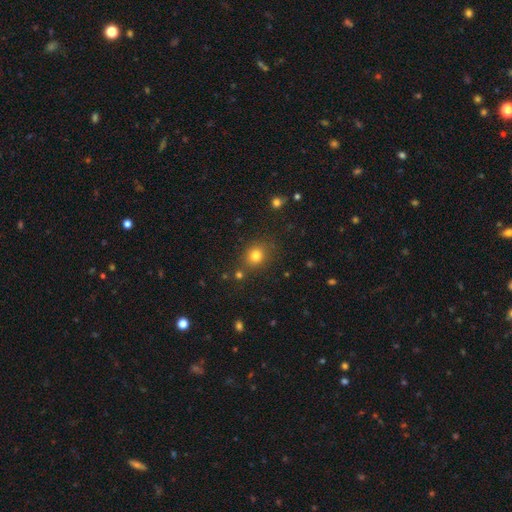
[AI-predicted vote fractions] Morphology: type=smooth (79%); roundness=round (71%); merging=none (77%).